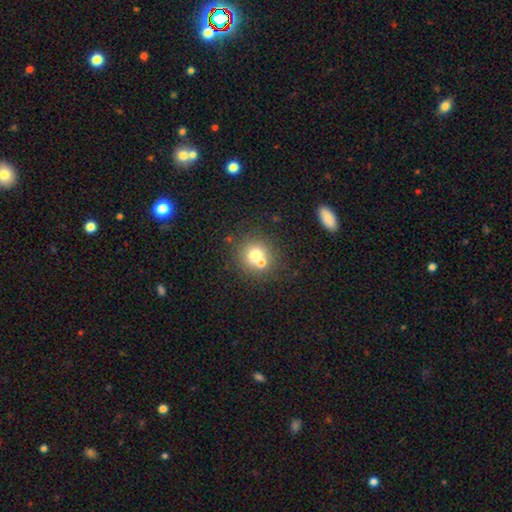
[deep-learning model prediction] Q: Smooth or featured?
A: smooth (69%); runner-up: featured or disk (18%)
Q: How rounded?
A: round (87%); runner-up: in between (12%)
Q: Merging?
A: none (50%); runner-up: merger (39%)